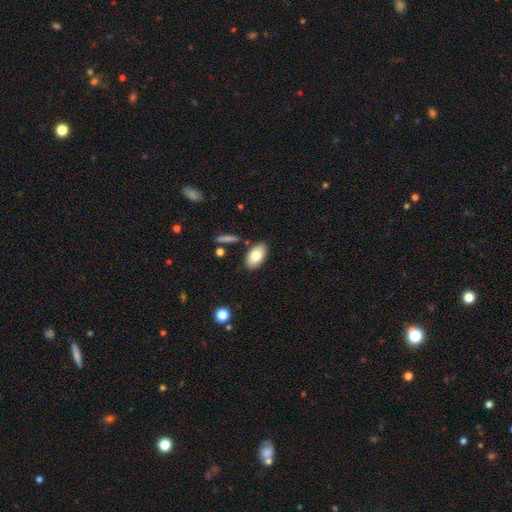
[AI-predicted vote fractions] Q: Smooth or featured?
A: smooth (80%); runner-up: featured or disk (13%)
Q: How rounded?
A: in between (94%); runner-up: round (4%)
Q: Merging?
A: none (84%); runner-up: minor disturbance (10%)